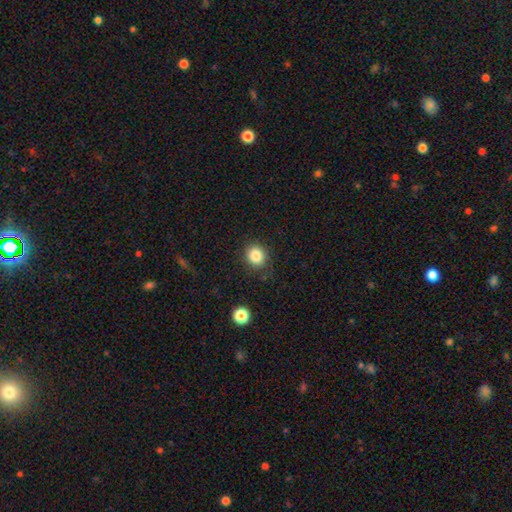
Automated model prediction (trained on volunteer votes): This appears to be a smooth galaxy with no disk features (84%) that is round (80%). Merging: none (85%).